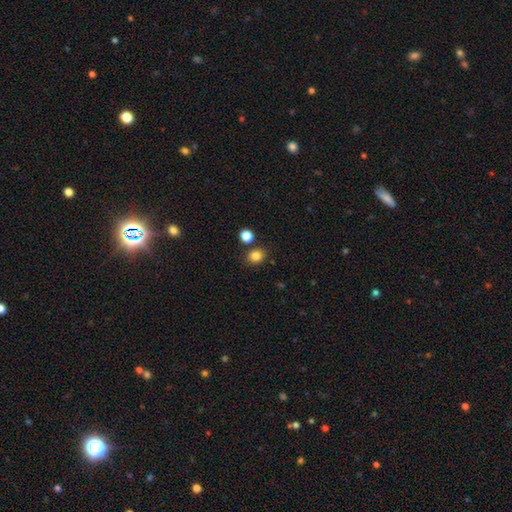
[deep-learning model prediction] smooth_or_featured: smooth (p=0.83) [alt: star or artifact p=0.12]
how_rounded: round (p=0.63) [alt: in between p=0.37]
merging: none (p=0.81) [alt: minor disturbance p=0.09]